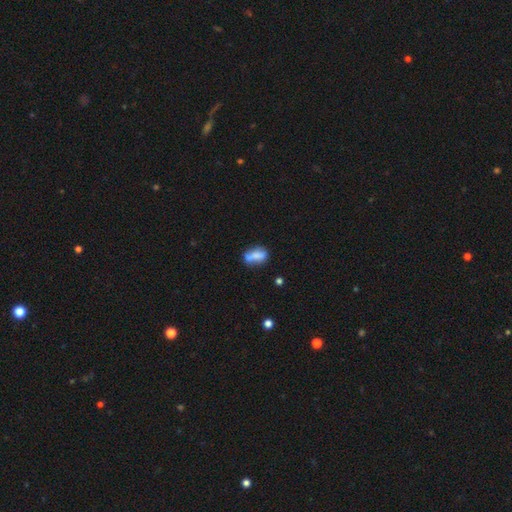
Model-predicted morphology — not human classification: This is likely a smooth galaxy (67%). How rounded: likely in between (77%). Merging: possibly none (46%).